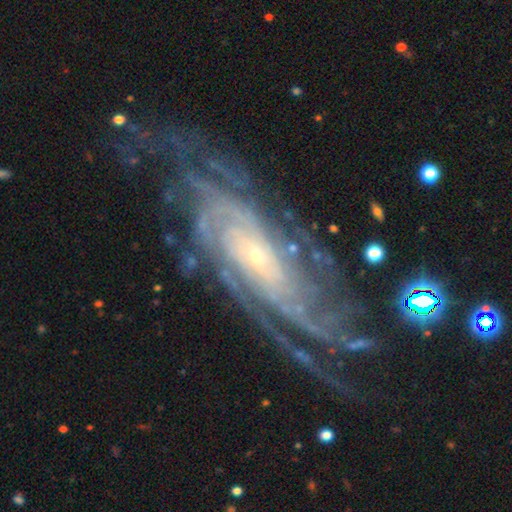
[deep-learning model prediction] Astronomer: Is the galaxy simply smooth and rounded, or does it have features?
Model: featured or disk — 90%.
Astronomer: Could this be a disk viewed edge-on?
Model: no — 92%.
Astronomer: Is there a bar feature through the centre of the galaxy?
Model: no — 68%.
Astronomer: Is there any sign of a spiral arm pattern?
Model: yes — 98%.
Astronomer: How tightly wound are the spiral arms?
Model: tight — 72%.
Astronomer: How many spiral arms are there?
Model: more than 4 — 25% (runner-up: can't tell, 23%).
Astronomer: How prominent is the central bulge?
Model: small — 81%.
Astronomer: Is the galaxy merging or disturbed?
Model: none — 72%.